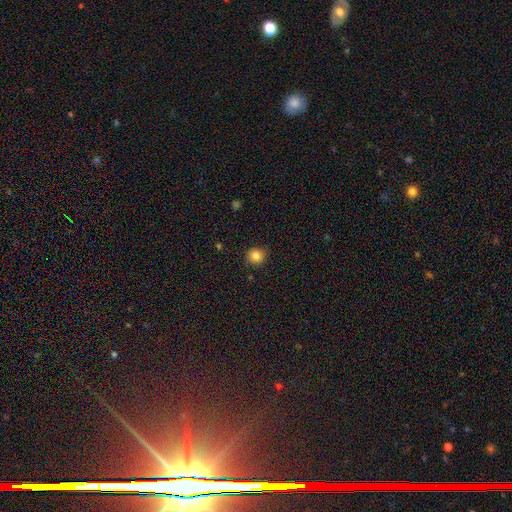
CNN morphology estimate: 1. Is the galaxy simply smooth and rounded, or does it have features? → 84% smooth, 11% star or artifact, 5% featured or disk.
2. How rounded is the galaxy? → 91% round, 8% in between, 1% cigar-shaped.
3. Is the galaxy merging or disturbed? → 89% none, 8% minor disturbance, 2% major disturbance, 1% merger.